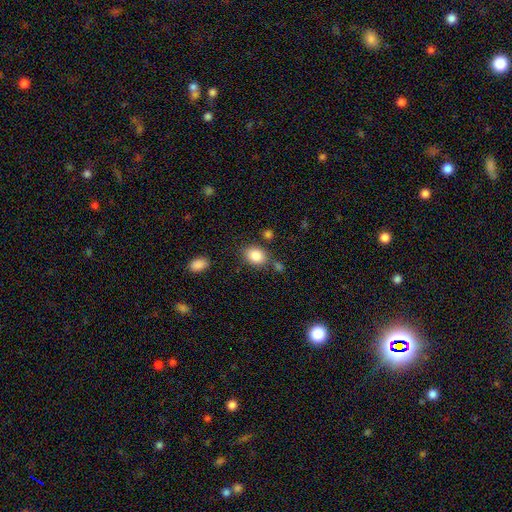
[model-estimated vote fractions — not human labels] smooth 86%, star or artifact 8%, featured or disk 6%. Down the decision tree: how rounded — in between (63%); merging — none (73%).